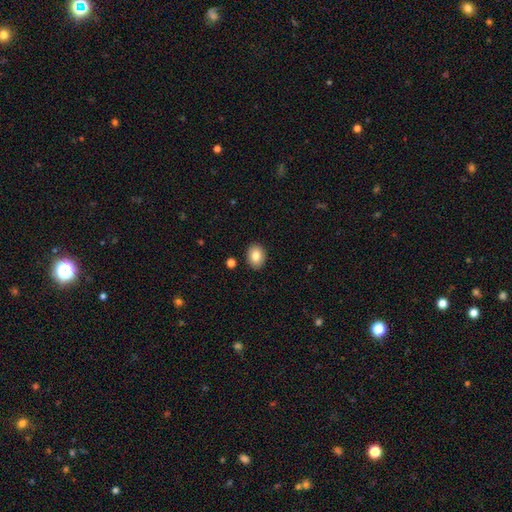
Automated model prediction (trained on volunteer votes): Smooth or featured? smooth (84%)
How rounded? in between (65%)
Merging? none (89%)